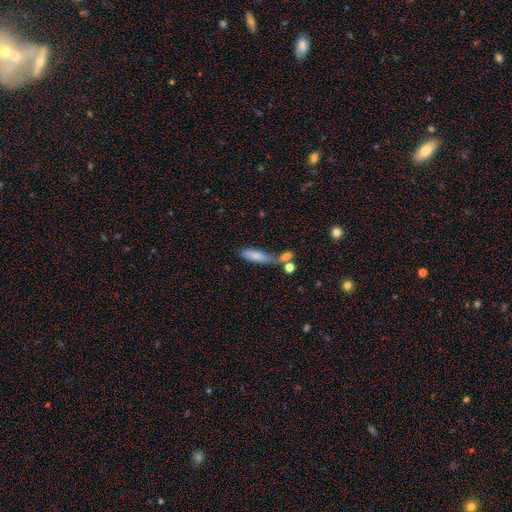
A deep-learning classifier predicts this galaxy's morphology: A smooth galaxy with no disk features (78%) that is in between round and cigar-shaped (51%). Merging: none (40%).